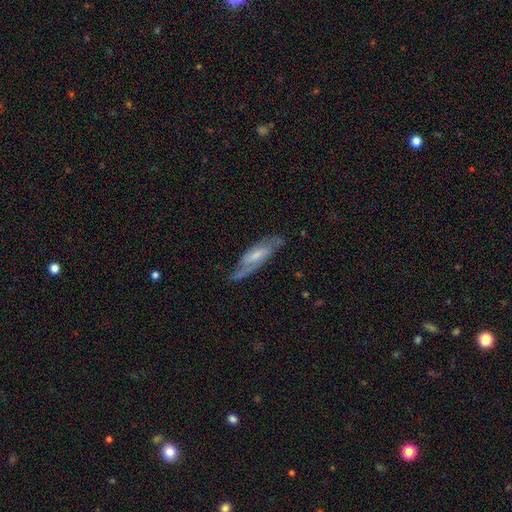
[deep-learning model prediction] Overall: featured or disk (69%). Edge-on disk: no (73%). Bar: weak (45%; no 35%). Spiral arms: yes (86%). Bulge size: small (48%; moderate 36%). Merging: none (69%).